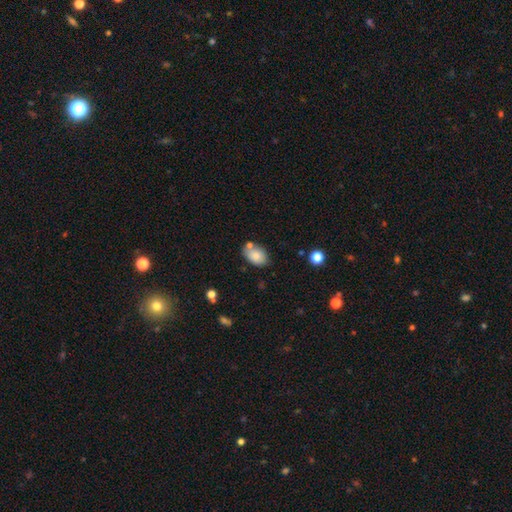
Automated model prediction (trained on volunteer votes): smooth-or-featured: smooth: 82% | featured or disk: 10% | star or artifact: 8%
  how-rounded: in between: 87% | round: 12% | cigar-shaped: 1%
  merging: none: 67% | minor disturbance: 17% | merger: 11% | major disturbance: 4%